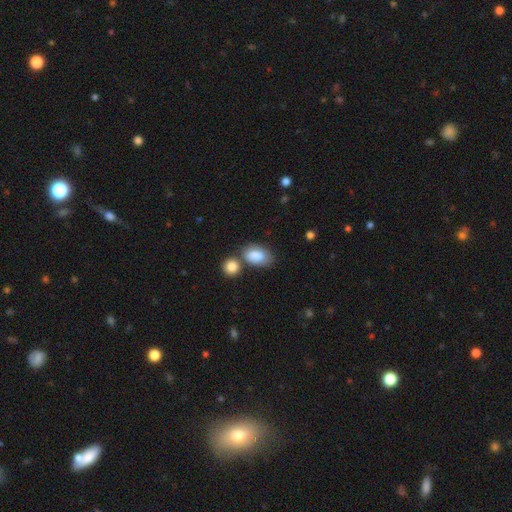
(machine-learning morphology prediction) A smooth galaxy with no disk features (83%) that is in between round and cigar-shaped (90%).

Vote fractions:
- Smooth or featured? smooth: 83% / featured or disk: 10% / star or artifact: 7%
- How rounded? in between: 90% / round: 8% / cigar-shaped: 2%
- Merging? none: 52% / merger: 24% / minor disturbance: 19% / major disturbance: 6%